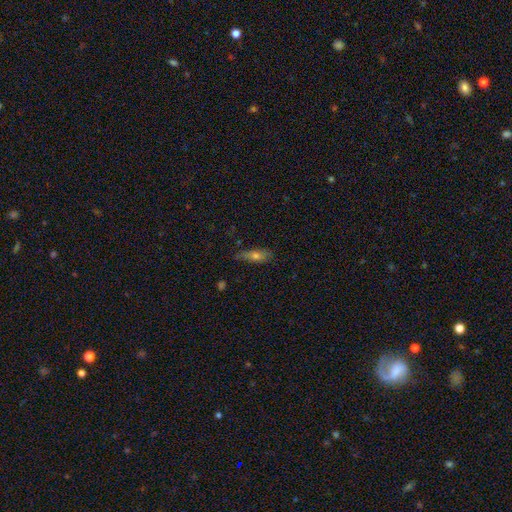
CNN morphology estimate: Smooth or featured? Predicted: smooth (p=0.61). How rounded? Predicted: cigar-shaped (p=0.50). Merging? Predicted: none (p=0.70).